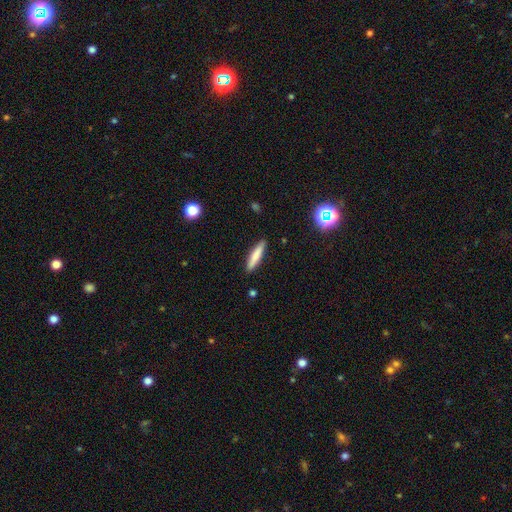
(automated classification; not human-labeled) smooth 76%, featured or disk 17%, star or artifact 7%. Down the decision tree: how rounded — cigar-shaped (87%); merging — none (89%).